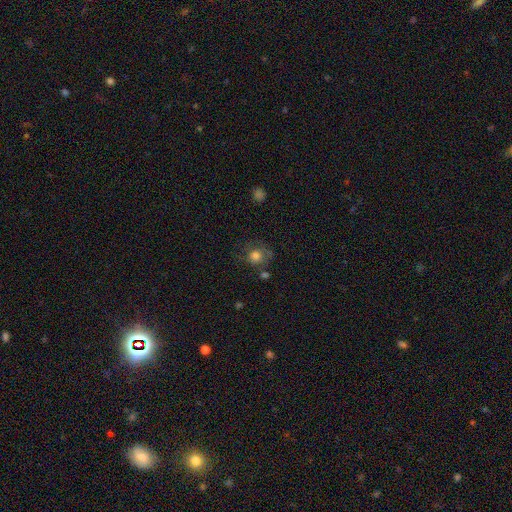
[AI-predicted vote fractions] Morphology: type=smooth (70%); roundness=round (84%); merging=none (56%).